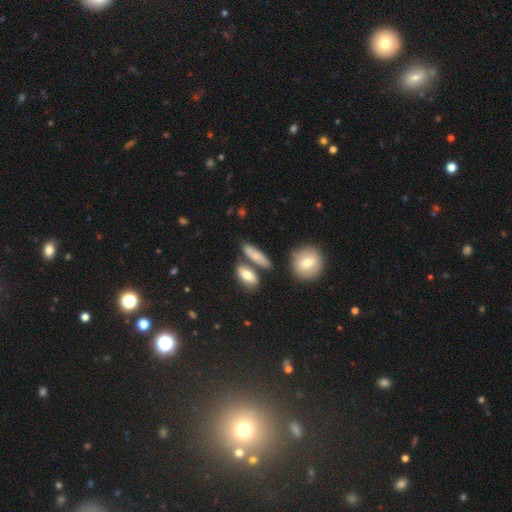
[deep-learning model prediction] smooth-or-featured: smooth: 74% | featured or disk: 19% | star or artifact: 7%
  how-rounded: in between: 50% | cigar-shaped: 43% | round: 7%
  merging: none: 66% | merger: 16% | minor disturbance: 13% | major disturbance: 4%